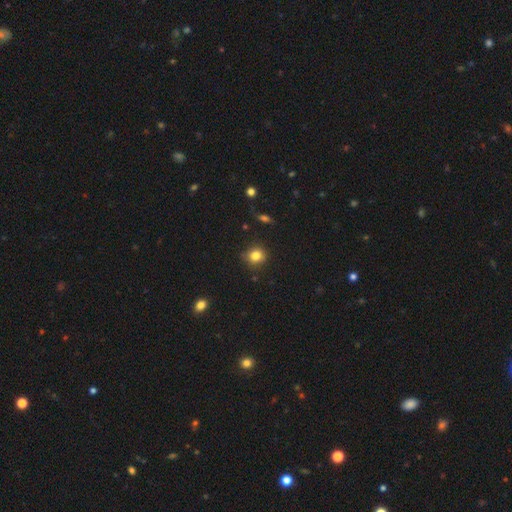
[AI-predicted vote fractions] This appears to be a smooth galaxy with no disk features (82%) that is round (79%). Merging: none (82%).